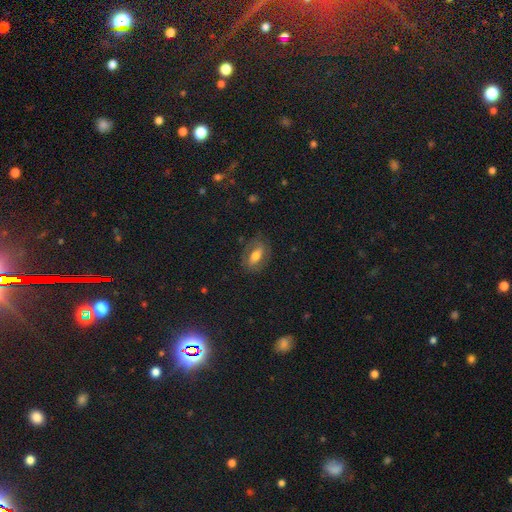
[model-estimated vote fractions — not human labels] smooth 56%, featured or disk 32%, star or artifact 11%. Down the decision tree: how rounded — in between (83%); merging — none (75%).